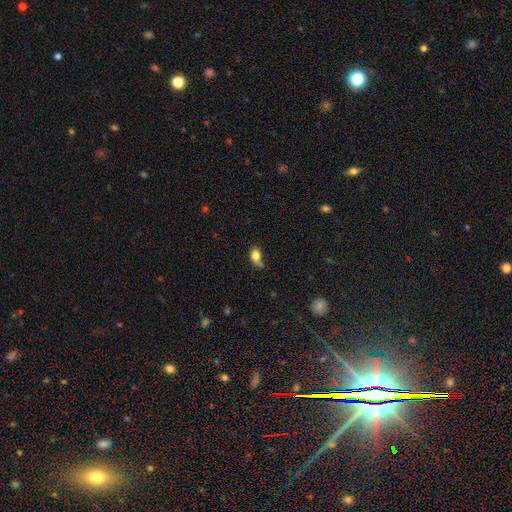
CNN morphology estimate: smooth_or_featured: smooth (p=0.80) [alt: star or artifact p=0.10]
how_rounded: in between (p=0.77) [alt: round p=0.20]
merging: none (p=0.46) [alt: minor disturbance p=0.30]